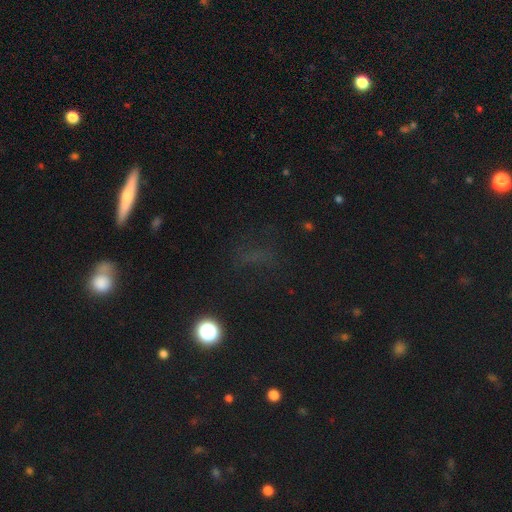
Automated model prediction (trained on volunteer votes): Q: Smooth or featured?
A: star or artifact (44%); runner-up: smooth (34%)